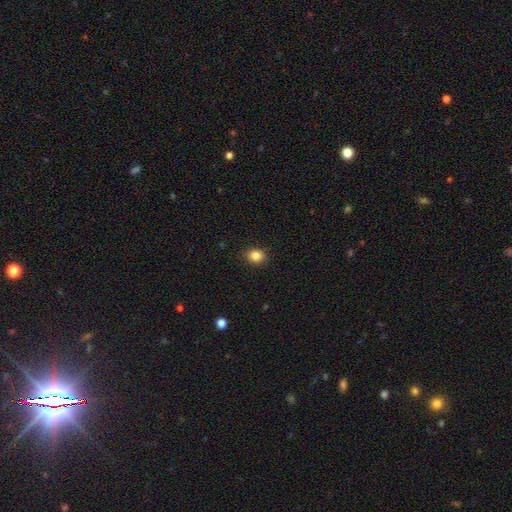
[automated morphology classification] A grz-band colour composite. It shows a smooth galaxy with no disk features (84%) that is round (61%). Merging: none (90%).